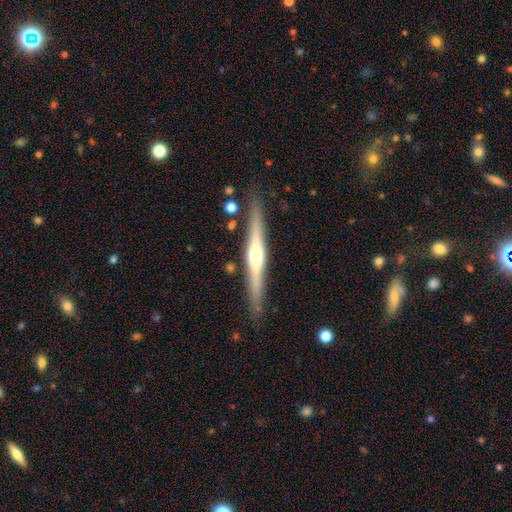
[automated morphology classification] Smooth or featured: featured or disk — 72% (smooth — 22%)
Edge-on disk: yes — 98% (no — 2%)
Edge-on bulge: rounded — 90% (none — 5%)
Merging: none — 86% (minor disturbance — 9%)